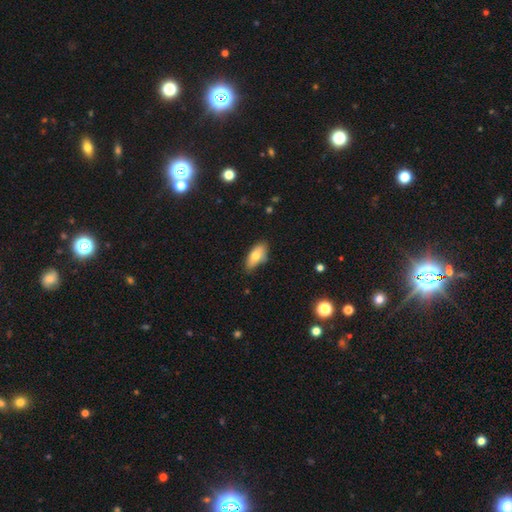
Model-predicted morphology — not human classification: smooth_or_featured: smooth (p=0.74) [alt: featured or disk p=0.19]
how_rounded: in between (p=0.87) [alt: cigar-shaped p=0.09]
merging: none (p=0.73) [alt: minor disturbance p=0.22]